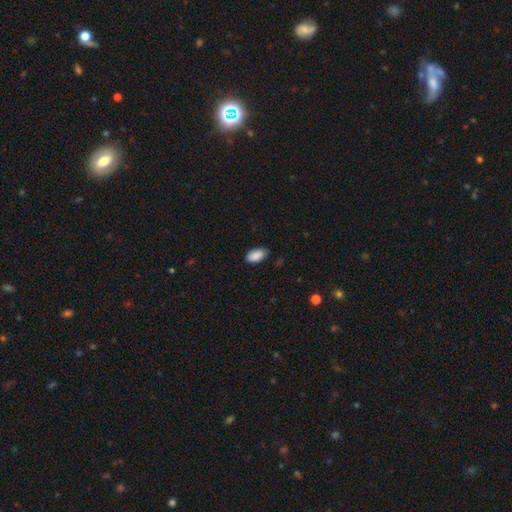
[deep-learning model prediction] This is clearly a smooth galaxy (89%). How rounded: clearly in between (94%). Merging: likely none (79%).